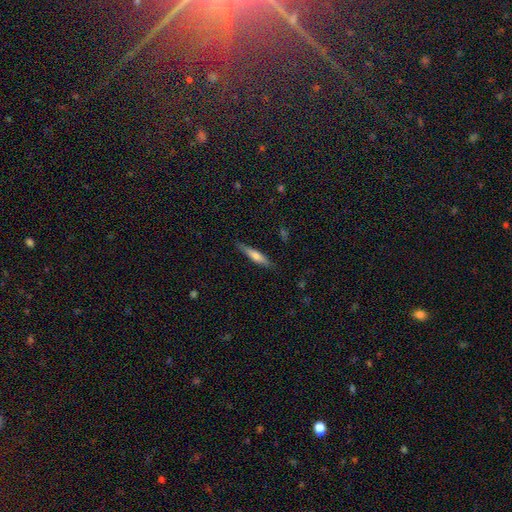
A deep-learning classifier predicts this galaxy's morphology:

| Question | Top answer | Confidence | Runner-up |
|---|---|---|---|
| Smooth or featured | smooth | 55% | featured or disk (39%) |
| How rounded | cigar-shaped | 87% | in between (12%) |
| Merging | none | 85% | minor disturbance (11%) |